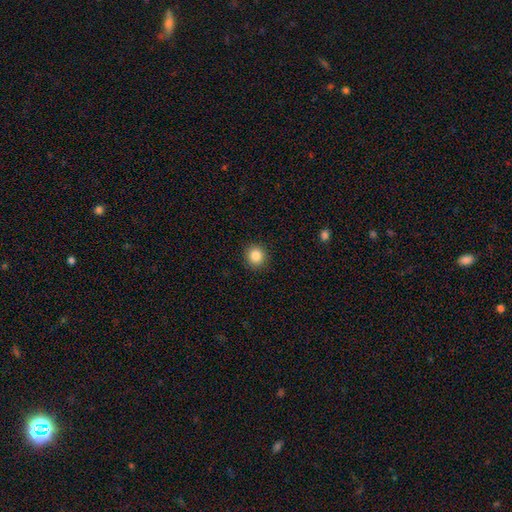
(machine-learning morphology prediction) smooth 86%, star or artifact 10%, featured or disk 5%. Down the decision tree: how rounded — round (89%); merging — none (91%).